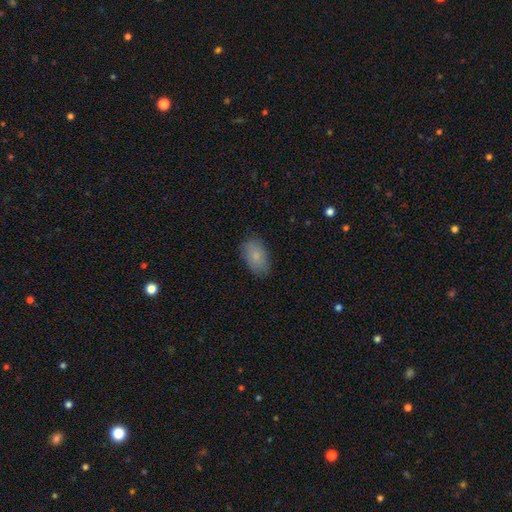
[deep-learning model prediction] Morphology: type=smooth (82%); roundness=in between (92%); merging=none (80%).